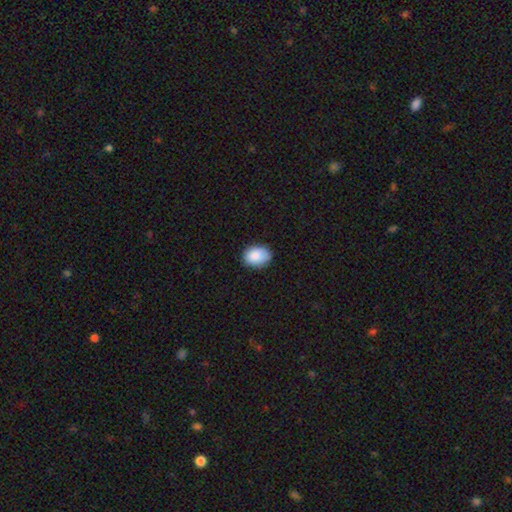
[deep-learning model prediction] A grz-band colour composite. It shows a smooth galaxy with no disk features (87%) that is in between round and cigar-shaped (72%). Merging: none (80%).